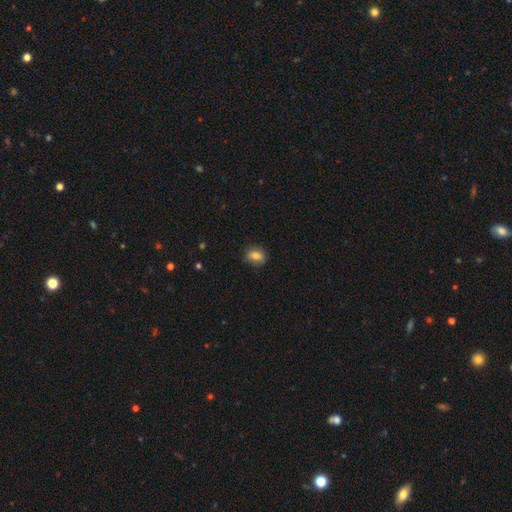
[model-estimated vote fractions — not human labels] Smooth or featured? Predicted: smooth (p=0.80). How rounded? Predicted: round (p=0.51). Merging? Predicted: none (p=0.82).